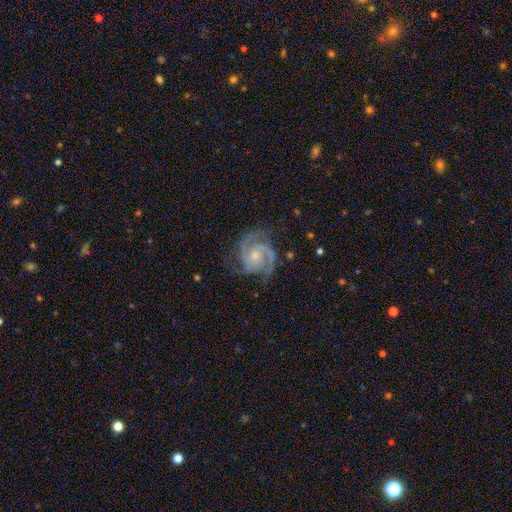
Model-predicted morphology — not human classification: Overall: featured or disk (92%). Edge-on disk: no (98%). Bar: no (67%; weak 27%). Spiral arms: yes (98%). Spiral arm count: 2 (48%; 3 37%). Spiral winding: tight (53%; medium 42%). Bulge size: small (54%; moderate 38%). Merging: none (72%).